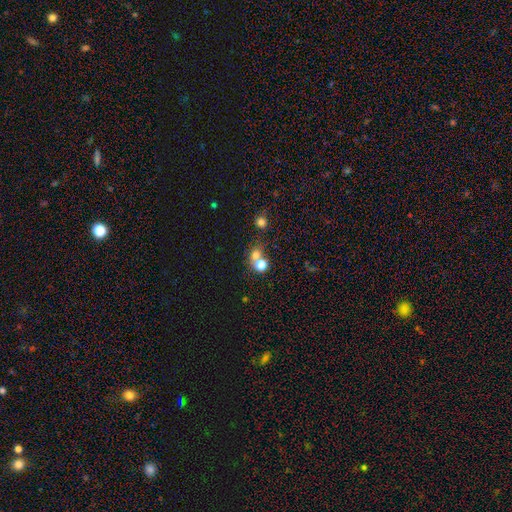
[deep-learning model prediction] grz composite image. It shows a smooth galaxy with no disk features (65%) that is round (73%). Merging: none (48%).